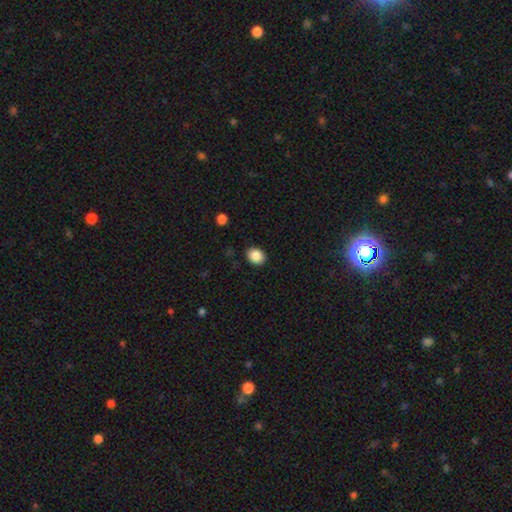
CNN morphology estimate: smooth_or_featured: smooth (p=0.87) [alt: star or artifact p=0.09]
how_rounded: in between (p=0.55) [alt: round p=0.44]
merging: none (p=0.88) [alt: minor disturbance p=0.08]